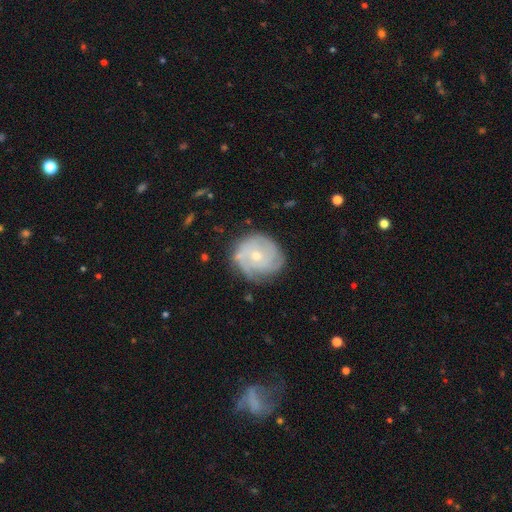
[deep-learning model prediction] smooth_or_featured: featured or disk (p=0.68) [alt: smooth p=0.25]
disk_edge_on: no (p=0.97) [alt: yes p=0.03]
bar: no (p=0.79) [alt: weak p=0.18]
has_spiral_arms: yes (p=0.83) [alt: no p=0.17]
spiral_winding: tight (p=0.64) [alt: medium p=0.27]
spiral_arm_count: can't tell (p=0.43) [alt: 3 p=0.22]
bulge_size: small (p=0.52) [alt: moderate p=0.44]
merging: none (p=0.70) [alt: minor disturbance p=0.21]